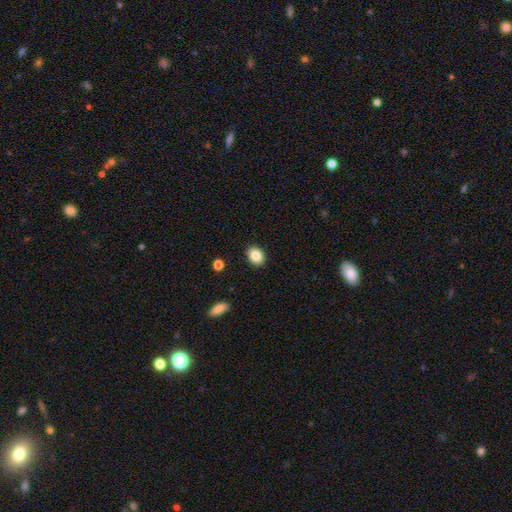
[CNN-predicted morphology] type=smooth (86%); roundness=in between (67%); merging=none (90%).